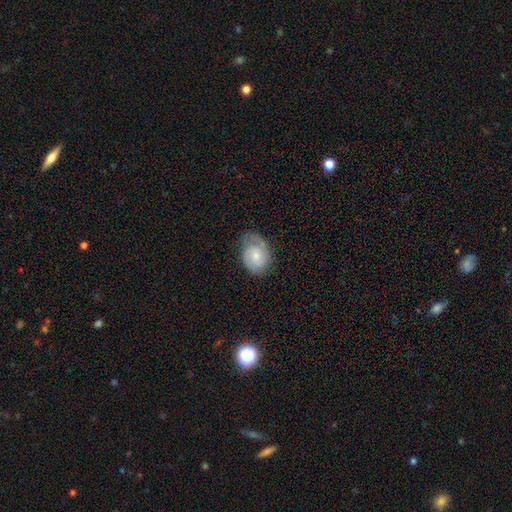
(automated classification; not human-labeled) Smooth or featured? featured or disk (51%)
Edge-on disk? no (97%)
Merging? none (59%)